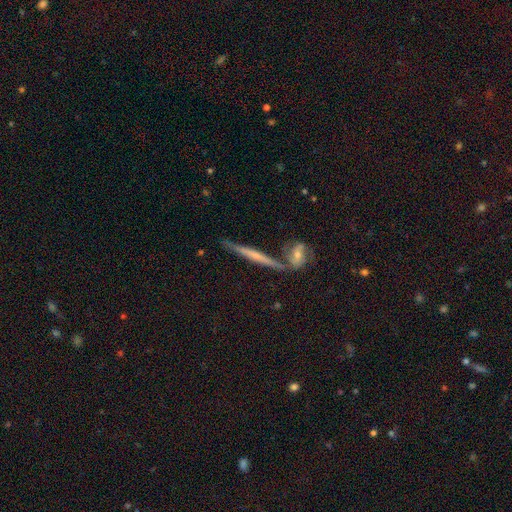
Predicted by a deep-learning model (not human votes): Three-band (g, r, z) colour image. It shows a featured or disk galaxy (66%) viewed edge-on (92%) with no central bulge (58%). Merging: none (70%).